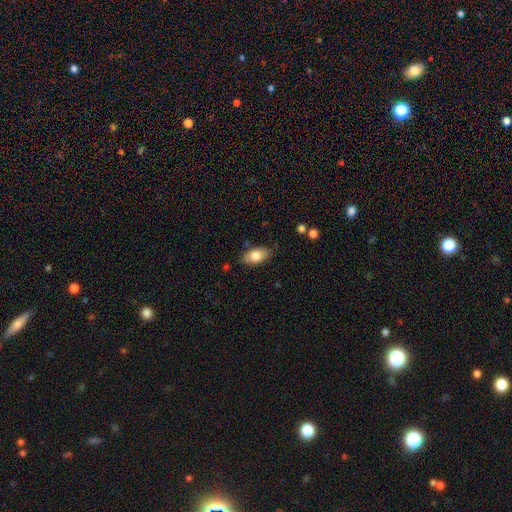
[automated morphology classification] Smooth or featured? Predicted: smooth (p=0.79). How rounded? Predicted: in between (p=0.91). Merging? Predicted: none (p=0.79).